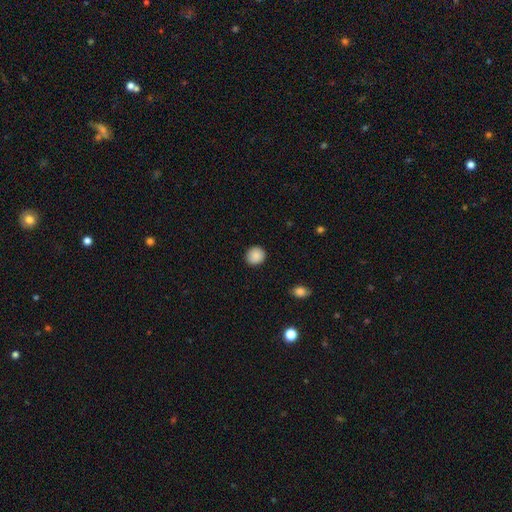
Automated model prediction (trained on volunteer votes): Overall: smooth (89%). How rounded: round (85%). Merging: none (90%).